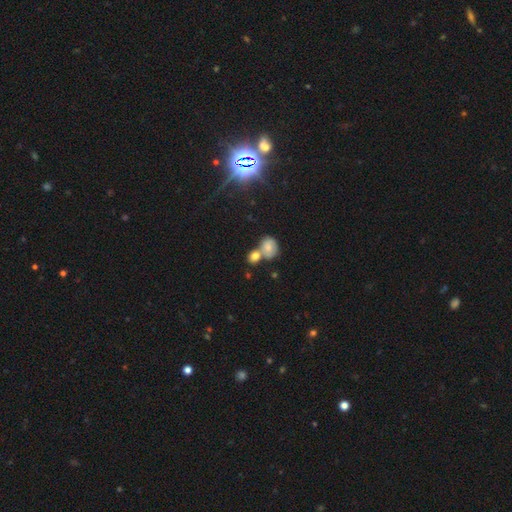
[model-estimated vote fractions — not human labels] Morphology: type=smooth (76%); roundness=round (67%); merging=merger (50%).